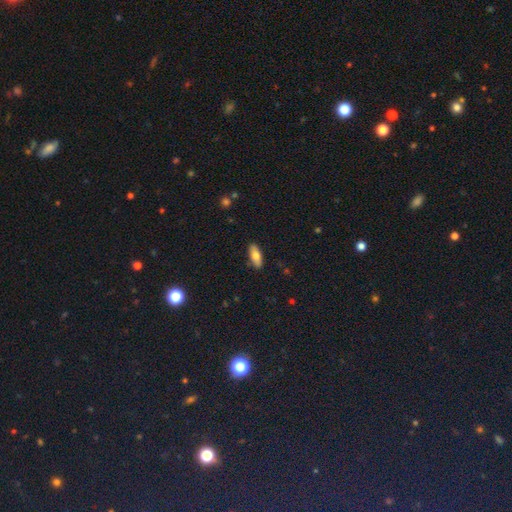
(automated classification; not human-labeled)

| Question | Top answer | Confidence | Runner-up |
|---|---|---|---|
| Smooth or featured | smooth | 75% | featured or disk (18%) |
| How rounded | in between | 78% | cigar-shaped (20%) |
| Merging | none | 88% | minor disturbance (9%) |